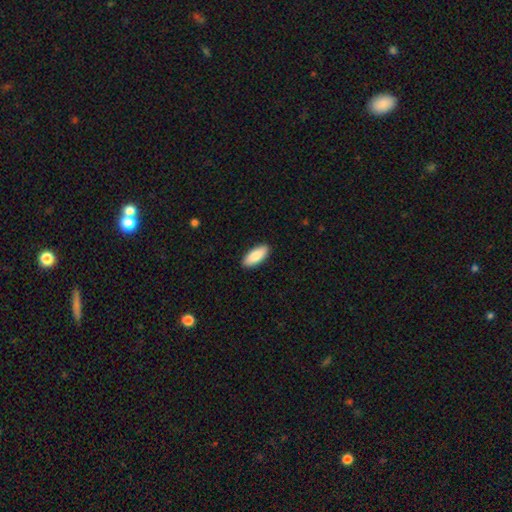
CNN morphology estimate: A smooth galaxy with no disk features (87%) that is in between round and cigar-shaped (83%).

Vote fractions:
- Smooth or featured? smooth: 87% / featured or disk: 8% / star or artifact: 5%
- How rounded? in between: 83% / cigar-shaped: 16% / round: 2%
- Merging? none: 90% / minor disturbance: 7% / major disturbance: 1% / merger: 1%